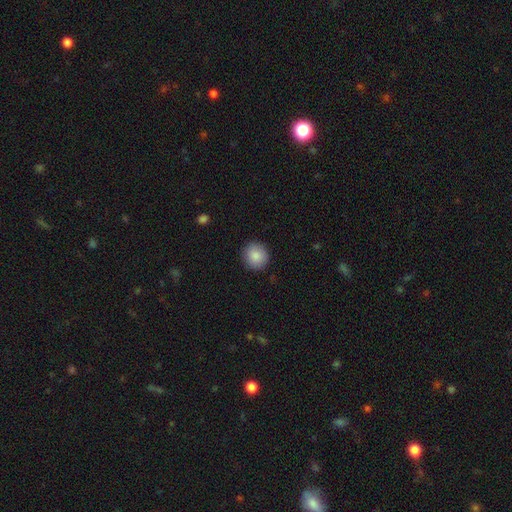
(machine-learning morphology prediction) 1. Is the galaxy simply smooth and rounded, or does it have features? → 87% smooth, 8% star or artifact, 5% featured or disk.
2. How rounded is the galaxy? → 91% round, 8% in between, 1% cigar-shaped.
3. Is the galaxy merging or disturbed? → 90% none, 7% minor disturbance, 2% major disturbance, 1% merger.